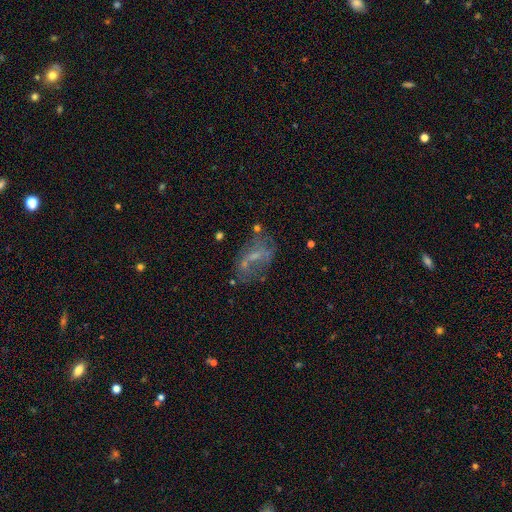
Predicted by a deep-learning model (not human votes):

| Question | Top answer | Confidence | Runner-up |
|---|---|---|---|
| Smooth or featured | featured or disk | 56% | smooth (30%) |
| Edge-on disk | no | 95% | yes (5%) |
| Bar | no | 46% | weak (40%) |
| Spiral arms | no | 62% | yes (38%) |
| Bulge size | small | 50% | none (28%) |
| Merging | none | 45% | major disturbance (23%) |